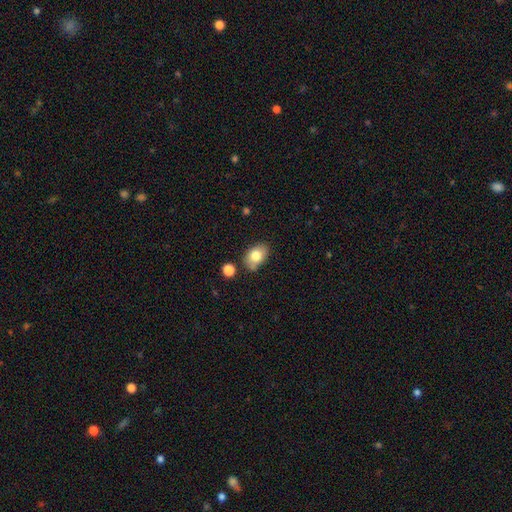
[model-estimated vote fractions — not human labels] Overall: smooth (80%). How rounded: in between (83%). Merging: none (71%).